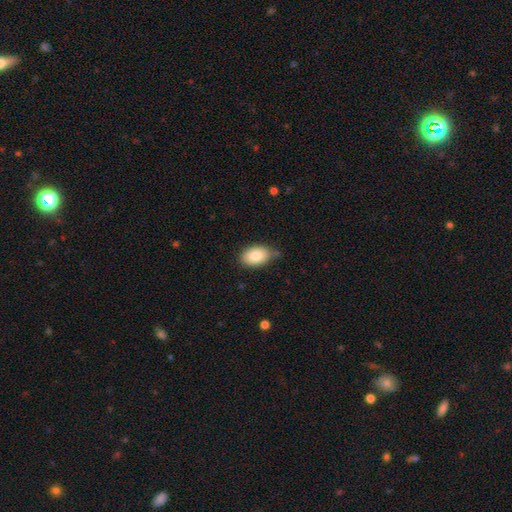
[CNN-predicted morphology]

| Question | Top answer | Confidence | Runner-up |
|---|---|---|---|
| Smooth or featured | smooth | 83% | featured or disk (10%) |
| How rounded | in between | 88% | round (11%) |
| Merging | none | 64% | minor disturbance (28%) |